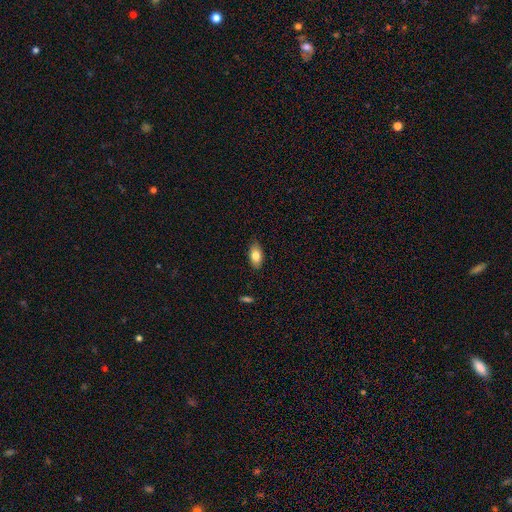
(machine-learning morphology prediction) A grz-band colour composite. It shows a smooth galaxy with no disk features (81%) that is in between round and cigar-shaped (91%). Merging: none (85%).